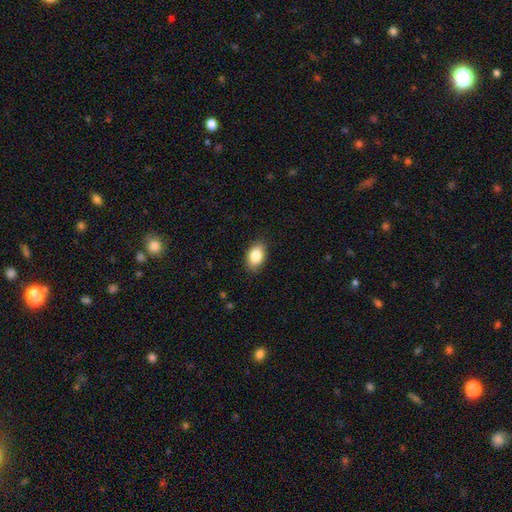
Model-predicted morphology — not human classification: Smooth or featured? smooth (85%)
How rounded? in between (88%)
Merging? none (85%)